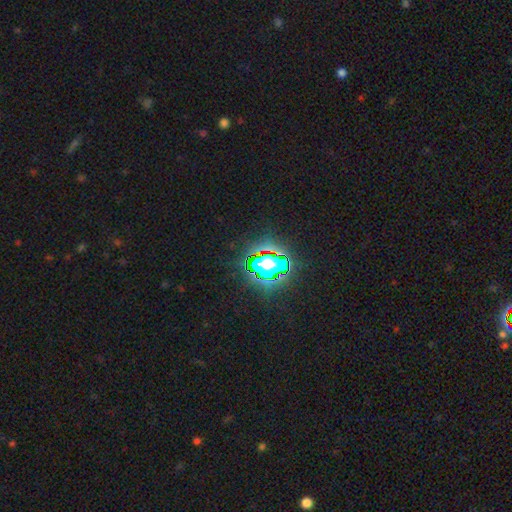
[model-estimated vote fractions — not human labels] A star or artifact, not a galaxy (68%).

Vote fractions:
- Smooth or featured? star or artifact: 68% / smooth: 20% / featured or disk: 12%